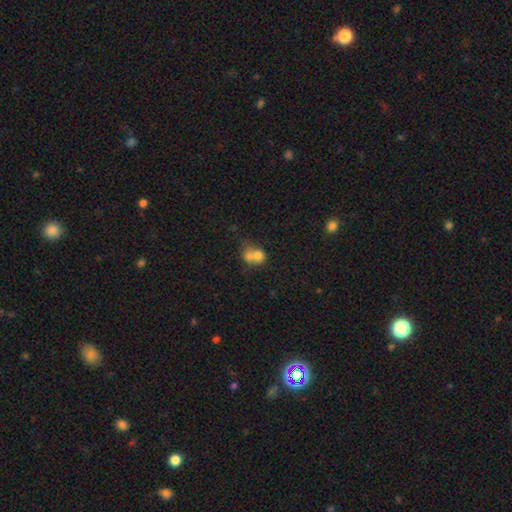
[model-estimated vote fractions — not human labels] Smooth or featured? smooth (70%)
How rounded? round (65%)
Merging? merger (70%)